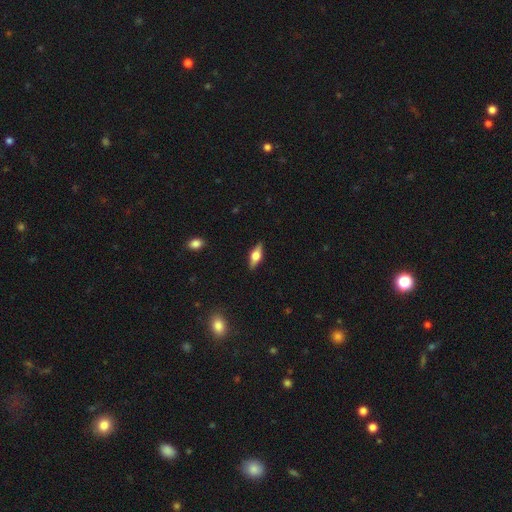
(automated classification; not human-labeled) Morphology: type=featured or disk (56%); edge-on=yes (94%); edge-on bulge=rounded (91%); merging=none (88%).